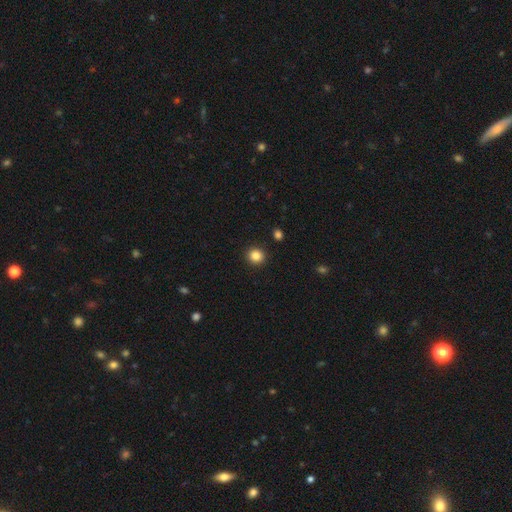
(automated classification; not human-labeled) A smooth galaxy with no disk features (85%) that is round (88%). Merging: none (92%).